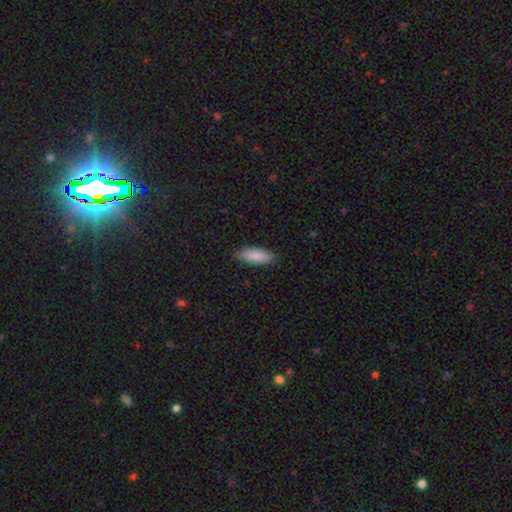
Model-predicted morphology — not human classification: type=smooth (87%); roundness=in between (71%); merging=none (88%).